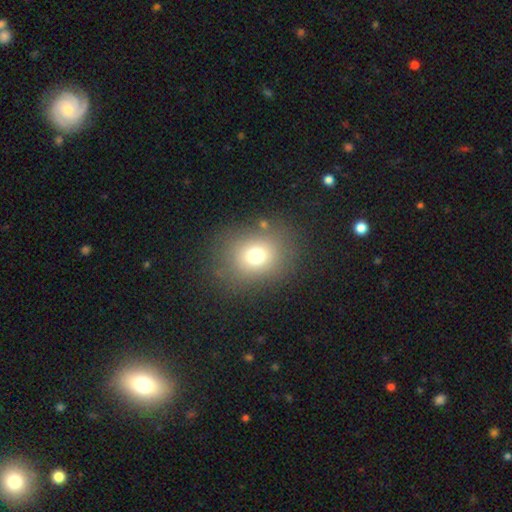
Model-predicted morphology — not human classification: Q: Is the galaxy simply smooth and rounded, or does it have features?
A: smooth — 71%.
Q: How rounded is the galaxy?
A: round — 62%.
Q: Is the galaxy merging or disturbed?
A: none — 81%.